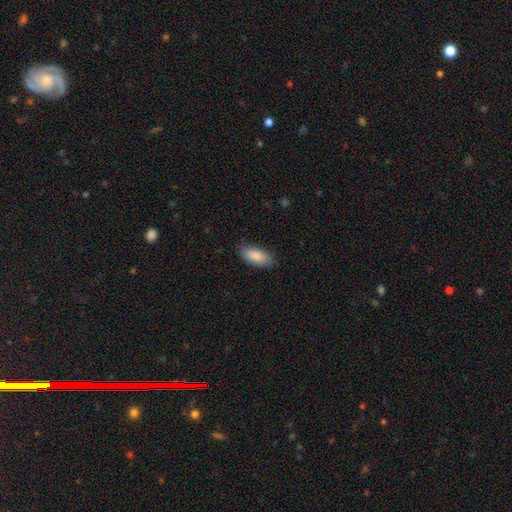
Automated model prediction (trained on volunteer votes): smooth-or-featured: smooth: 88% | star or artifact: 6% | featured or disk: 6%
  how-rounded: in between: 90% | cigar-shaped: 8% | round: 2%
  merging: none: 78% | minor disturbance: 17% | major disturbance: 3% | merger: 1%